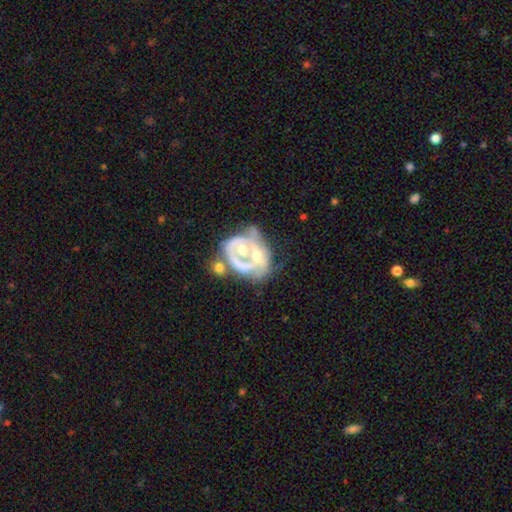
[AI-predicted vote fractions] Smooth or featured? featured or disk (74%)
Edge-on disk? no (98%)
Bar? no (73%)
Spiral arms? no (57%)
Bulge size? moderate (65%)
Merging? merger (46%)